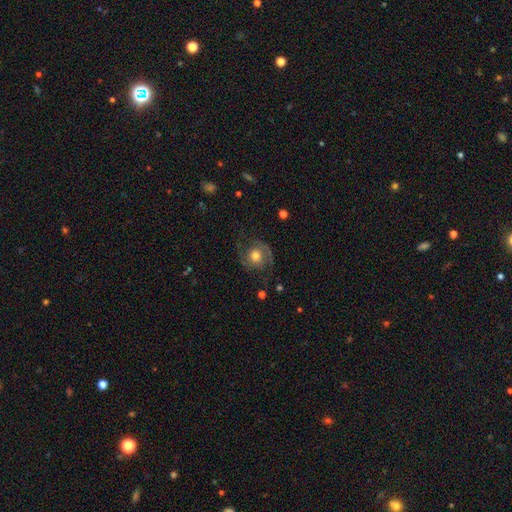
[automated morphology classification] type=featured or disk (75%); edge-on=no (98%); bar=no (74%); spiral arms=yes (93%); winding=medium (50%); arm count=2 (87%); bulge=moderate (70%); merging=none (72%).